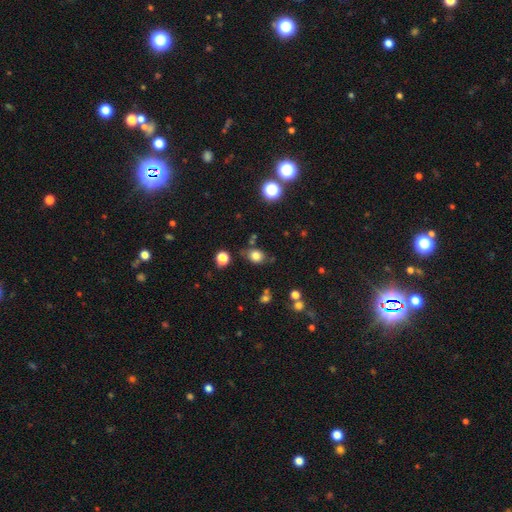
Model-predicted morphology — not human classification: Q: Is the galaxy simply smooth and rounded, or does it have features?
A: smooth — 80%.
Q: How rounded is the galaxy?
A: round — 51%.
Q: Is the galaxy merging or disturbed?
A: none — 73%.